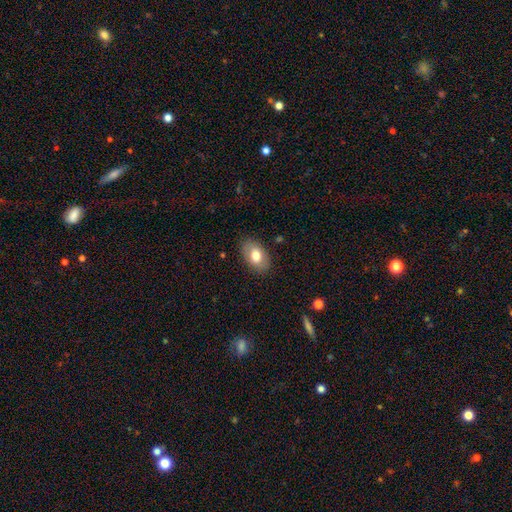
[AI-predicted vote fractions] The model was most divided on "smooth or featured": smooth: 75%, featured or disk: 19%, star or artifact: 7%. More confident: how rounded — in between (90%); merging — none (85%).